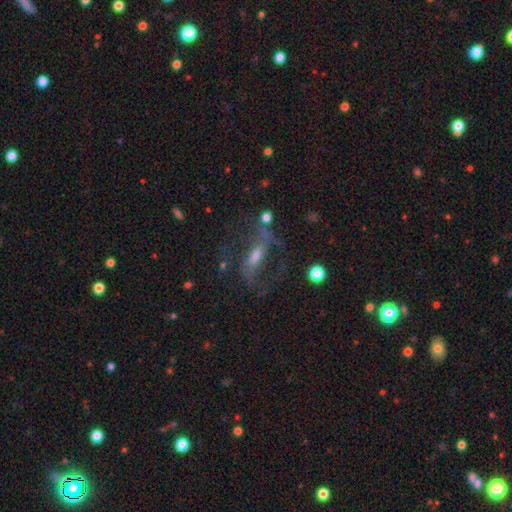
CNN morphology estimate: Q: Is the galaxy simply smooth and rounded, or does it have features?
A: featured or disk — 70%.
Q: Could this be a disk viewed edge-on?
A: no — 87%.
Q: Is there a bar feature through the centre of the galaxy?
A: weak — 43%.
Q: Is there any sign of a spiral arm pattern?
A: yes — 80%.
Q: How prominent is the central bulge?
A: moderate — 46%.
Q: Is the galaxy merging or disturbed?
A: none — 56%.